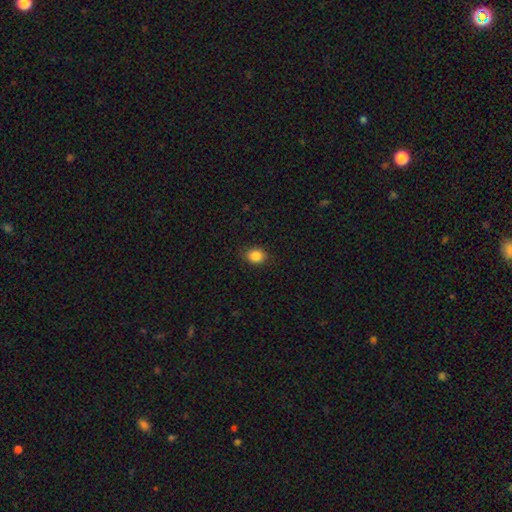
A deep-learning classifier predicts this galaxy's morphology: This appears to be a smooth galaxy with no disk features (86%) that is round (54%). Merging: none (86%).